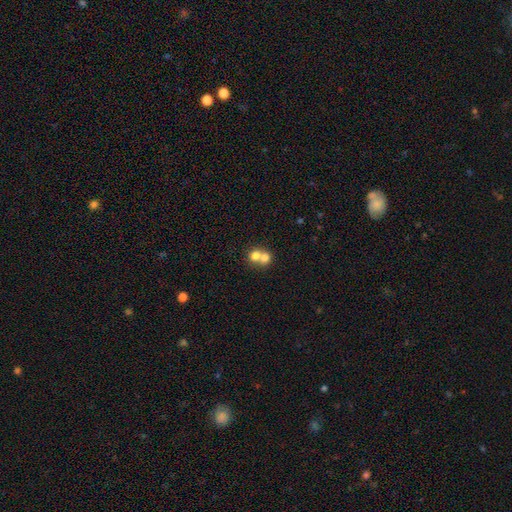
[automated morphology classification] The model was most divided on "merging": merger: 68%, none: 26%, minor disturbance: 4%, major disturbance: 2%. More confident: how rounded — round (77%); smooth or featured — smooth (72%).